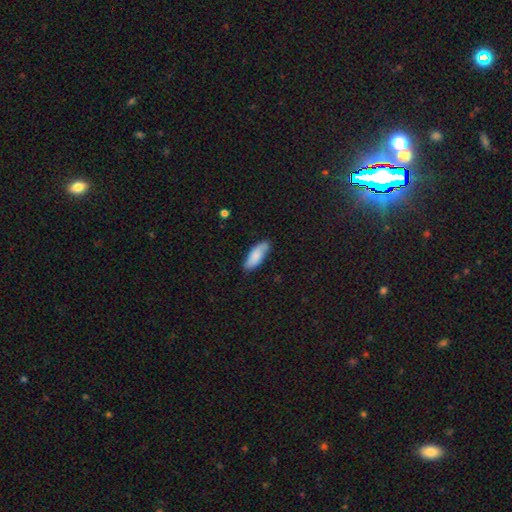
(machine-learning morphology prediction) This appears to be a smooth galaxy with no disk features (80%) that is in between round and cigar-shaped (69%). Merging: none (79%).